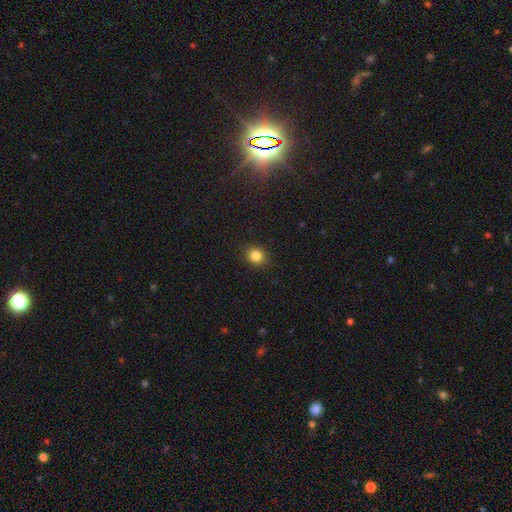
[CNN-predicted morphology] smooth 84%, star or artifact 12%, featured or disk 5%. Down the decision tree: how rounded — round (76%); merging — none (90%).